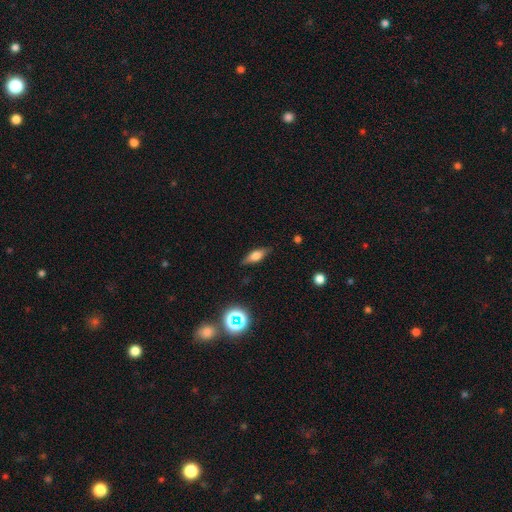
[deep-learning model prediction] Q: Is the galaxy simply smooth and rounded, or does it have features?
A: smooth — 56%.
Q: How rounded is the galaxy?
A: in between — 62%.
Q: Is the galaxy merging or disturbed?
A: none — 84%.